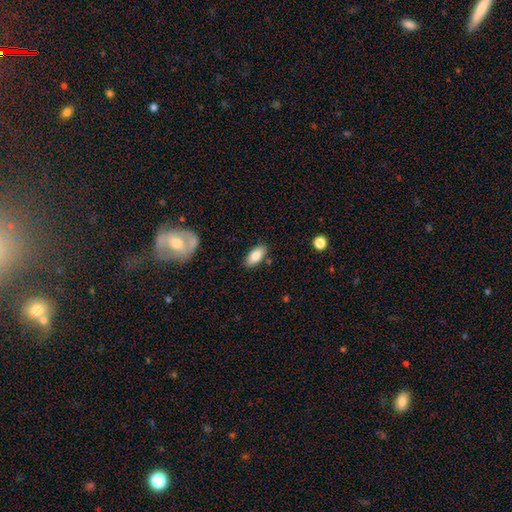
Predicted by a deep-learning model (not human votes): Smooth or featured: smooth — 82% (featured or disk — 11%)
How rounded: in between — 89% (cigar-shaped — 8%)
Merging: none — 84% (minor disturbance — 11%)